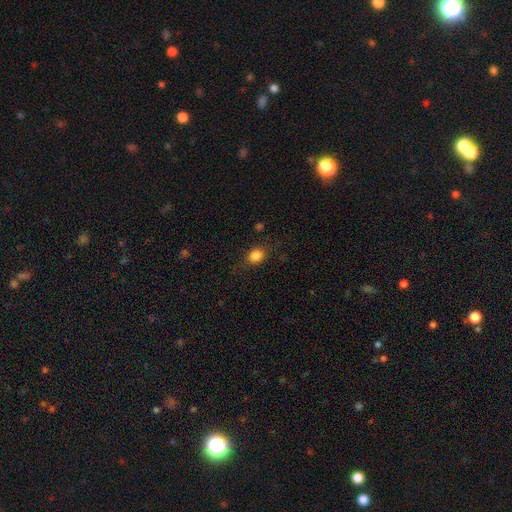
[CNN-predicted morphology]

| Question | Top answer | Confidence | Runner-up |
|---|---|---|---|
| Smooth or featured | smooth | 83% | star or artifact (10%) |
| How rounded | round | 56% | in between (43%) |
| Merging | none | 74% | minor disturbance (18%) |